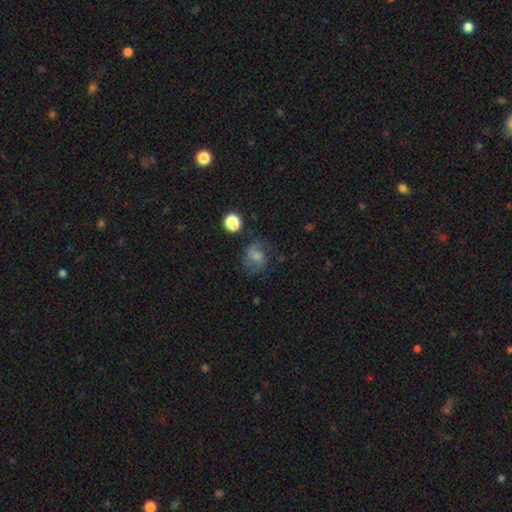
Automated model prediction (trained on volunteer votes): smooth-or-featured: smooth: 54% | featured or disk: 31% | star or artifact: 15%
  how-rounded: round: 62% | in between: 36% | cigar-shaped: 1%
  merging: none: 51% | minor disturbance: 24% | major disturbance: 21% | merger: 4%